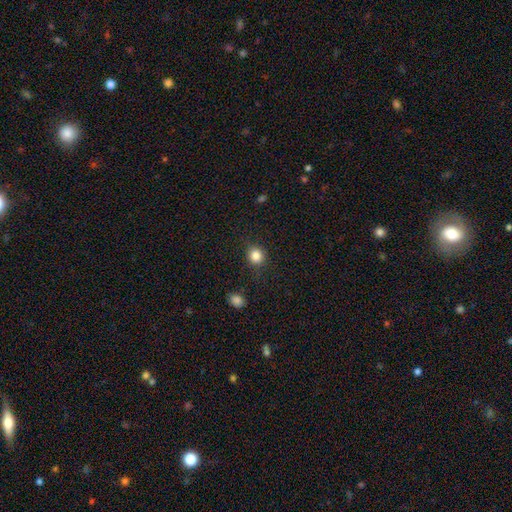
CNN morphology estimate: Q: Smooth or featured?
A: smooth (84%); runner-up: star or artifact (11%)
Q: How rounded?
A: round (87%); runner-up: in between (12%)
Q: Merging?
A: none (86%); runner-up: minor disturbance (9%)